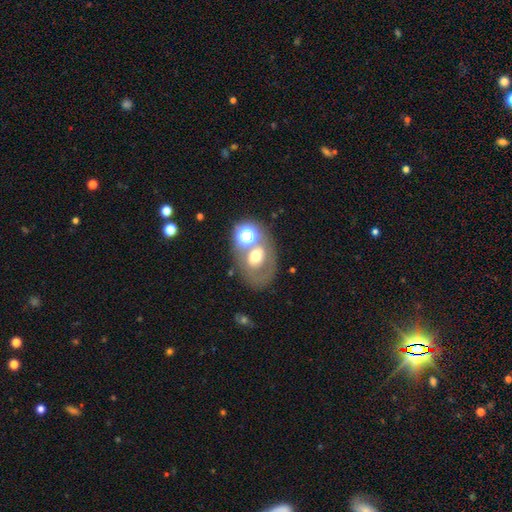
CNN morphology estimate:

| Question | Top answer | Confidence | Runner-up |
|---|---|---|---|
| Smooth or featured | smooth | 45% | featured or disk (38%) |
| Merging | none | 49% | merger (26%) |